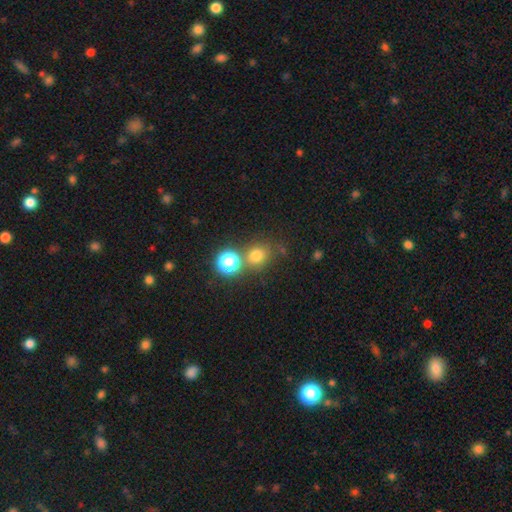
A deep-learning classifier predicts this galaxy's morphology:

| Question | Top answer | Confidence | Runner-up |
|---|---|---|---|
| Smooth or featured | smooth | 71% | star or artifact (21%) |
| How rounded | round | 80% | in between (19%) |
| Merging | none | 67% | merger (17%) |